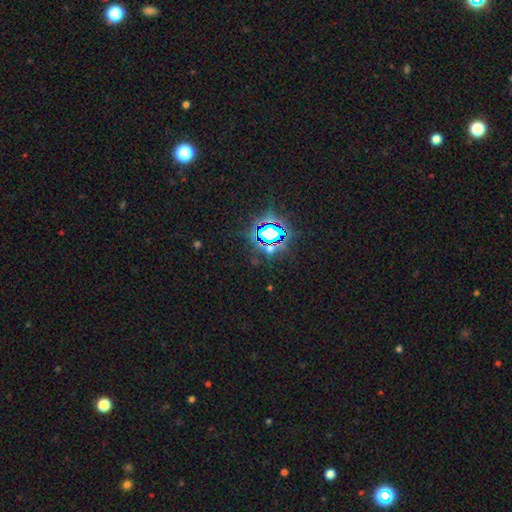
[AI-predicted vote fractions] Smooth or featured? star or artifact (83%)